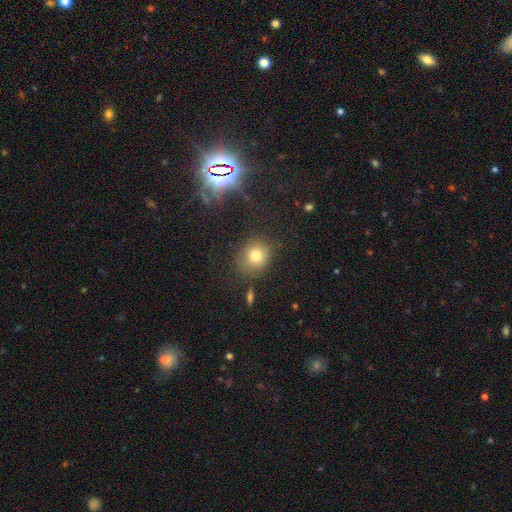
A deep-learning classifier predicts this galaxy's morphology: Smooth or featured? smooth (78%)
How rounded? round (72%)
Merging? none (77%)